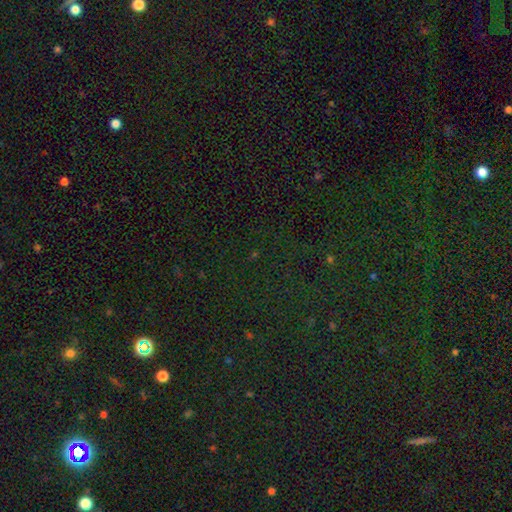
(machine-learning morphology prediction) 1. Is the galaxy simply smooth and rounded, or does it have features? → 81% star or artifact, 12% smooth, 7% featured or disk.